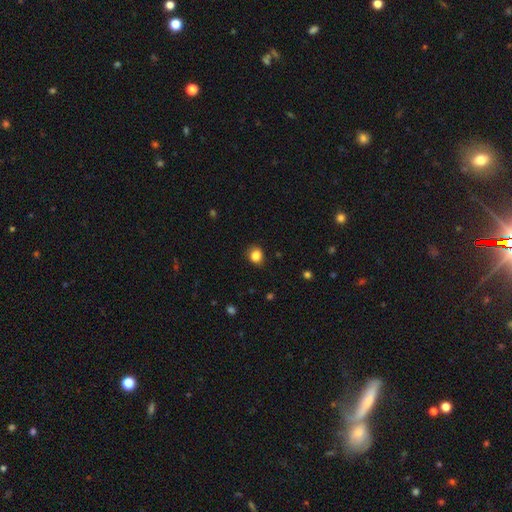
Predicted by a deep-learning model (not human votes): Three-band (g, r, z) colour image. It shows a smooth galaxy with no disk features (85%) that is round (67%). Merging: none (80%).